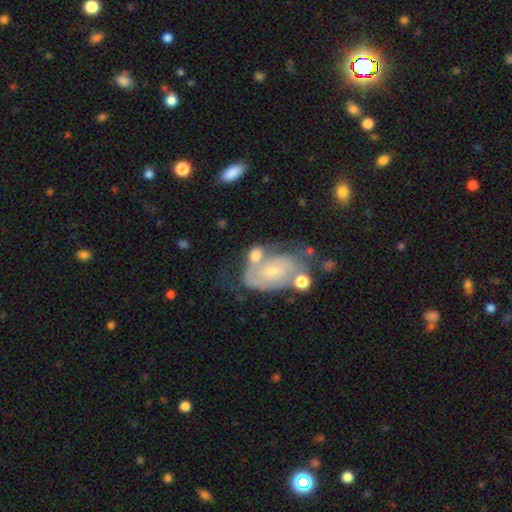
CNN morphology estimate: Smooth or featured? Predicted: featured or disk (p=0.46). Merging? Predicted: merger (p=0.38).